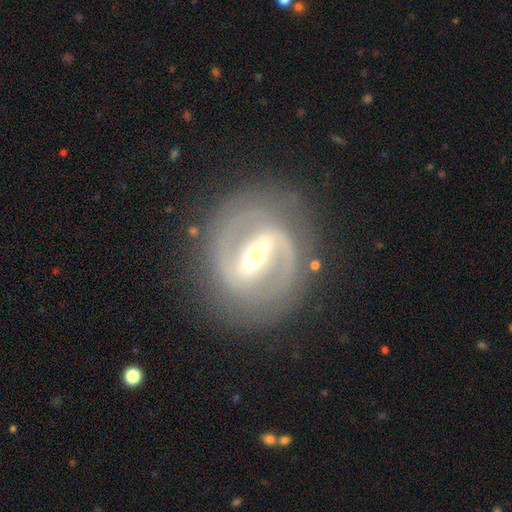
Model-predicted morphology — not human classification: This appears to be a featured or disk galaxy (90%) with a strong bar (71%), 2 (90%) medium (47%) spiral arms (95%) and a small central bulge (53%). Merging: none (83%).